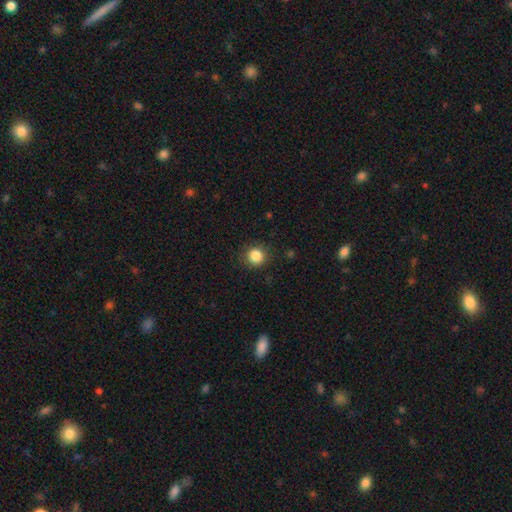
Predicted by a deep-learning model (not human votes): Smooth or featured: smooth — 86% (star or artifact — 11%)
How rounded: round — 91% (in between — 8%)
Merging: none — 88% (minor disturbance — 8%)